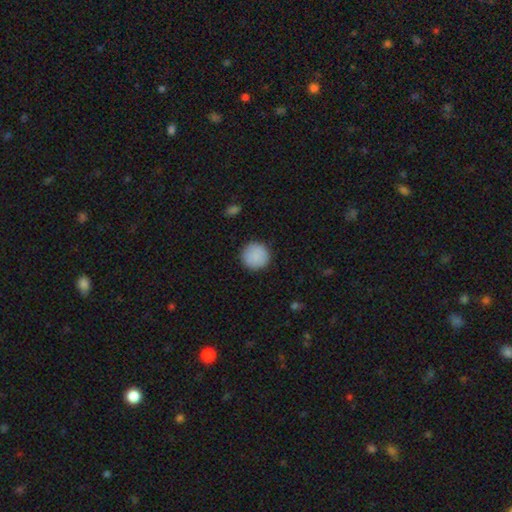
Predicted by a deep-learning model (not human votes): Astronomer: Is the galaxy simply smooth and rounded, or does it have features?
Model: smooth — 89%.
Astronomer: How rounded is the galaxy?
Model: round — 95%.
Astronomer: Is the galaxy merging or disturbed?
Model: none — 91%.